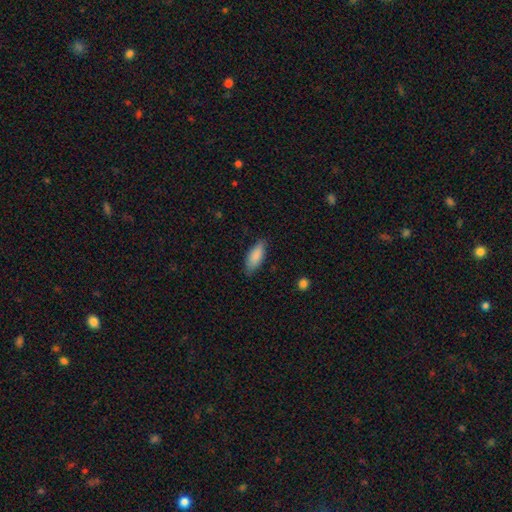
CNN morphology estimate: The model was most divided on "how rounded": in between: 80%, cigar-shaped: 18%, round: 2%. More confident: smooth or featured — smooth (88%); merging — none (79%).